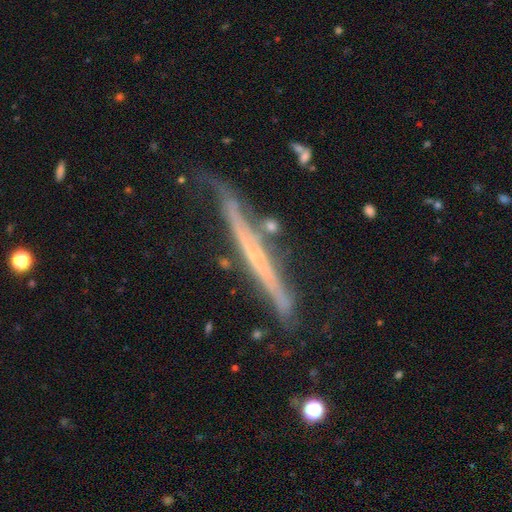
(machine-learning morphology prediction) Smooth or featured? Predicted: featured or disk (p=0.72). Edge-on disk? Predicted: yes (p=0.93). Edge-on bulge? Predicted: none (p=0.70). Merging? Predicted: none (p=0.61).